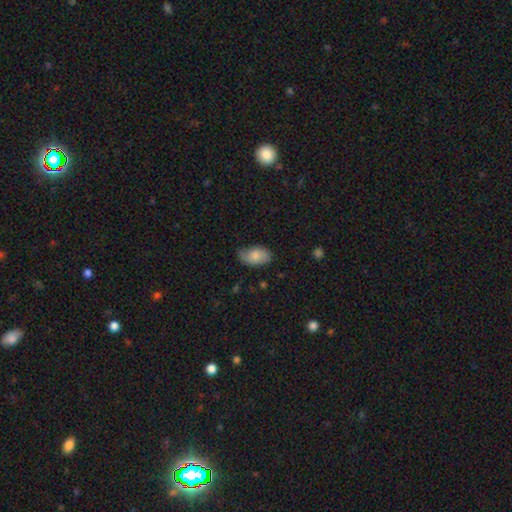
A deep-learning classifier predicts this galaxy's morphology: Smooth or featured: smooth — 74% (featured or disk — 19%)
How rounded: in between — 93% (round — 6%)
Merging: none — 67% (minor disturbance — 26%)